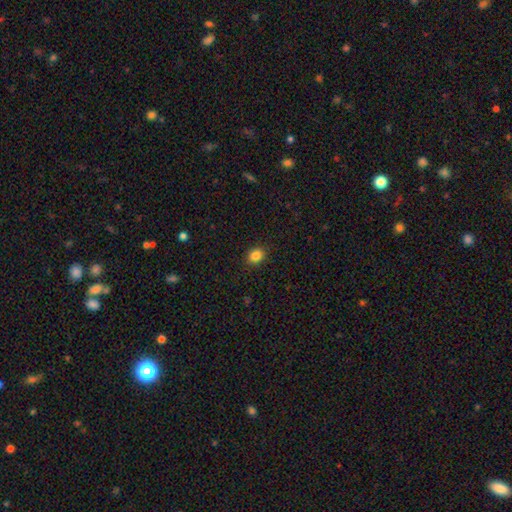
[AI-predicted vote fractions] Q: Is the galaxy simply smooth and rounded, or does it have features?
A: smooth — 85%.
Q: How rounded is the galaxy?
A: round — 56%.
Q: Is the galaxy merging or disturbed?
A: none — 90%.